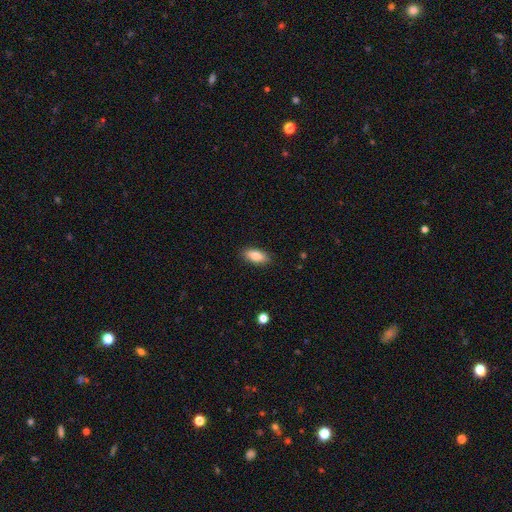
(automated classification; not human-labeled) A smooth galaxy with no disk features (82%) that is in between round and cigar-shaped (83%).

Vote fractions:
- Smooth or featured? smooth: 82% / featured or disk: 11% / star or artifact: 7%
- How rounded? in between: 83% / cigar-shaped: 14% / round: 3%
- Merging? none: 89% / minor disturbance: 8% / major disturbance: 2% / merger: 1%